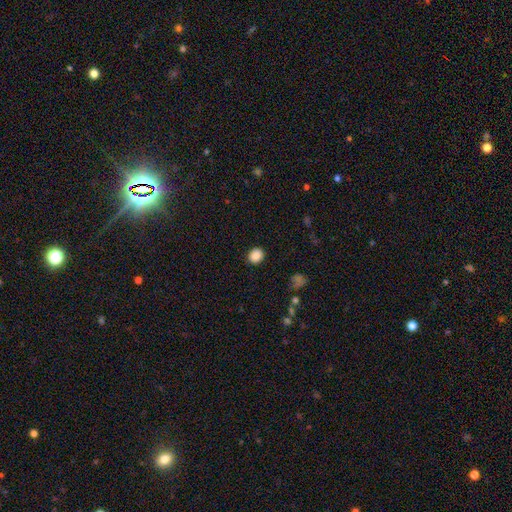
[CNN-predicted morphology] Smooth or featured? smooth (87%)
How rounded? round (71%)
Merging? none (90%)